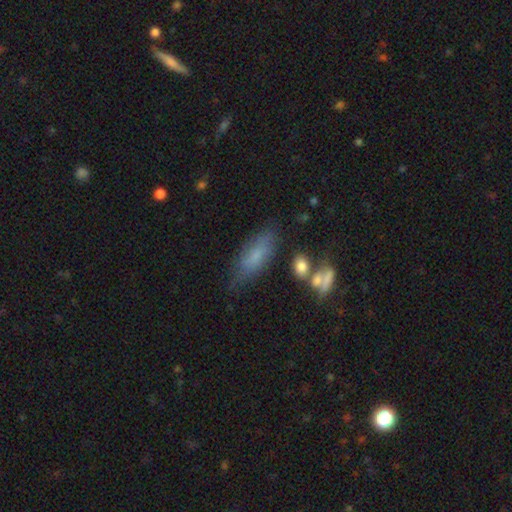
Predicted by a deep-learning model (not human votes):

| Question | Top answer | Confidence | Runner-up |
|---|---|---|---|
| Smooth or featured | smooth | 68% | featured or disk (22%) |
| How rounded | in between | 67% | cigar-shaped (30%) |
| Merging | none | 66% | minor disturbance (22%) |